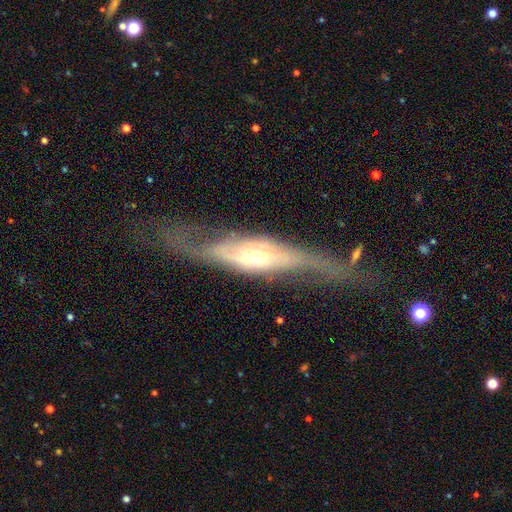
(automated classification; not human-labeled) smooth-or-featured: featured or disk: 76% | smooth: 18% | star or artifact: 6%
  disk-edge-on: no: 52% | yes: 48%
  merging: none: 57% | major disturbance: 21% | minor disturbance: 19% | merger: 3%